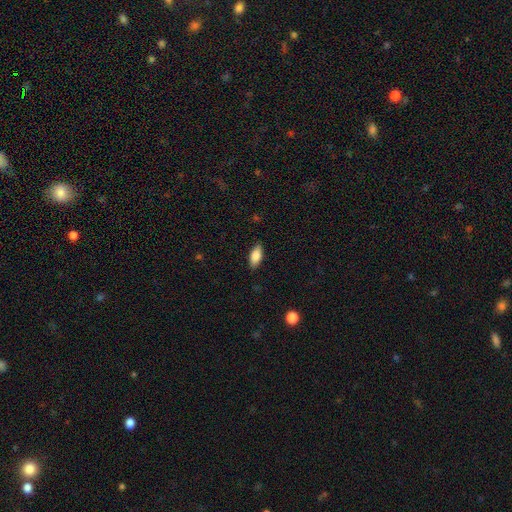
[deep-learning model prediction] The model was most divided on "how rounded": in between: 86%, cigar-shaped: 11%, round: 2%. More confident: merging — none (87%); smooth or featured — smooth (85%).